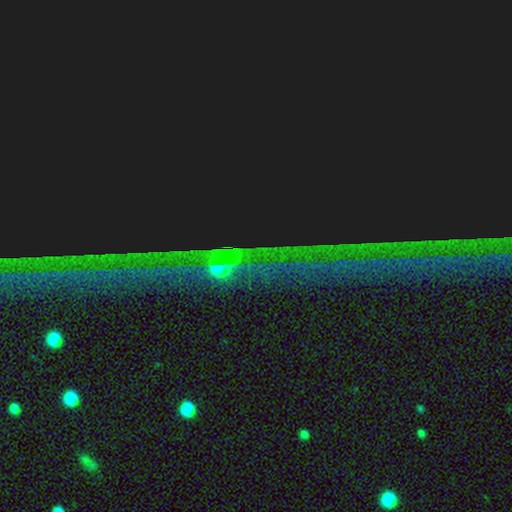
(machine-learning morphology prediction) Q: Smooth or featured?
A: star or artifact (85%); runner-up: featured or disk (8%)